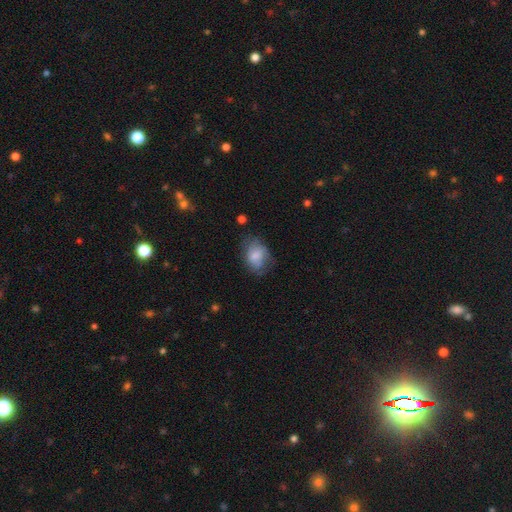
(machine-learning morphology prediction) smooth_or_featured: smooth (p=0.65) [alt: featured or disk p=0.28]
how_rounded: in between (p=0.76) [alt: round p=0.23]
merging: none (p=0.56) [alt: minor disturbance p=0.29]